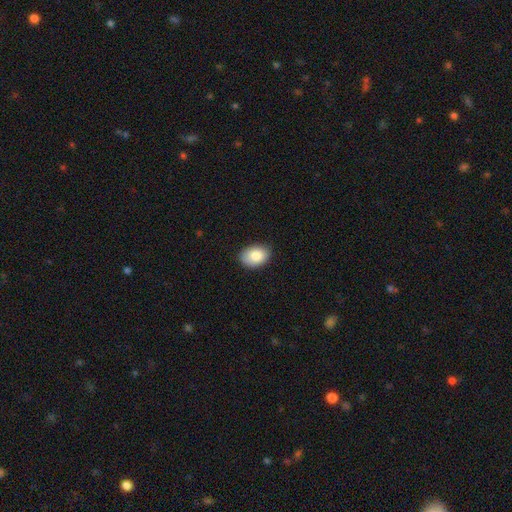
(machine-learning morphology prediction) smooth-or-featured: smooth: 87% | star or artifact: 7% | featured or disk: 6%
  how-rounded: in between: 82% | round: 17% | cigar-shaped: 1%
  merging: none: 85% | minor disturbance: 12% | major disturbance: 2% | merger: 1%